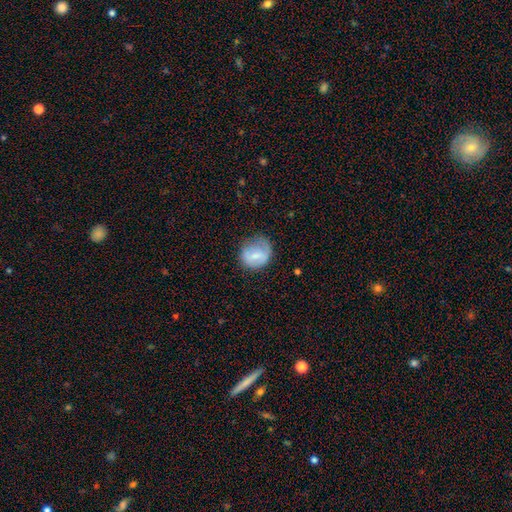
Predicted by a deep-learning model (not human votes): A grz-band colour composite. It shows a smooth galaxy with no disk features (66%) that is round (69%). Merging: none (52%).